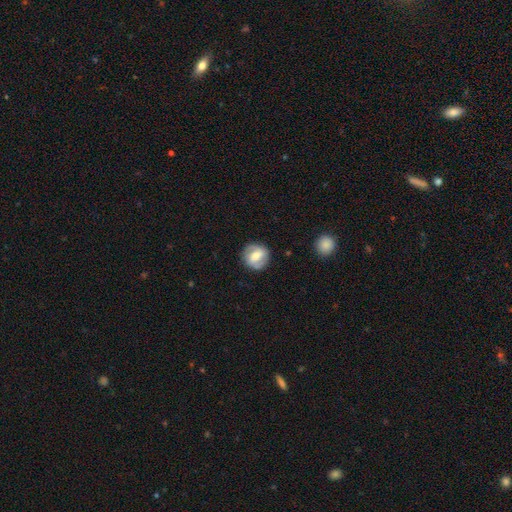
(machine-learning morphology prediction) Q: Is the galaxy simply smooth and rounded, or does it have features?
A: featured or disk — 58%.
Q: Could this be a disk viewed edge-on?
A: no — 96%.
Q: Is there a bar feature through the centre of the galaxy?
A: weak — 45%.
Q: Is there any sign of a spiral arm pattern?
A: yes — 78%.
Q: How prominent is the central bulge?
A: moderate — 64%.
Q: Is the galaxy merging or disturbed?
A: none — 84%.